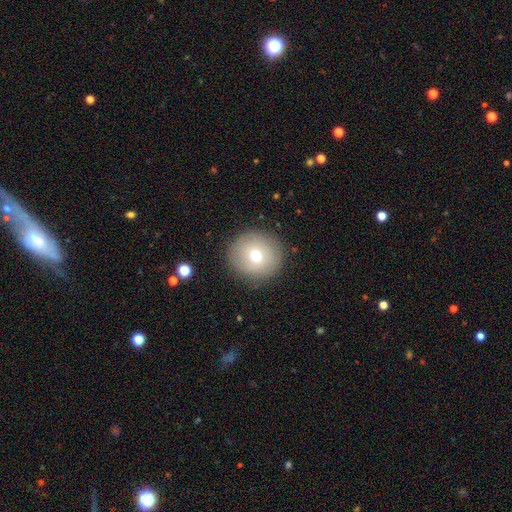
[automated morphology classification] This appears to be a smooth galaxy with no disk features (70%) that is round (94%). Merging: none (88%).